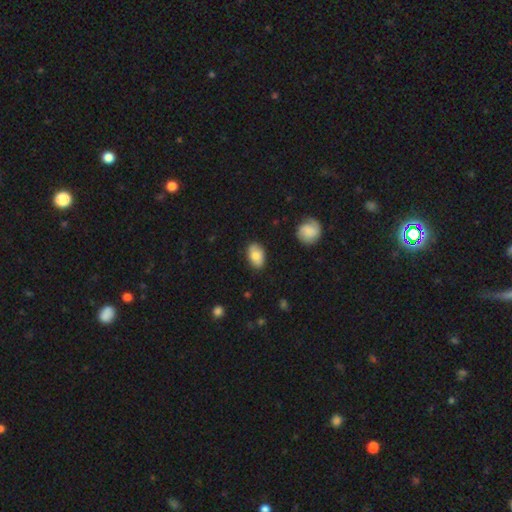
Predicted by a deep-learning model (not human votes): smooth_or_featured: smooth (p=0.79) [alt: featured or disk p=0.14]
how_rounded: in between (p=0.90) [alt: round p=0.09]
merging: none (p=0.84) [alt: minor disturbance p=0.13]